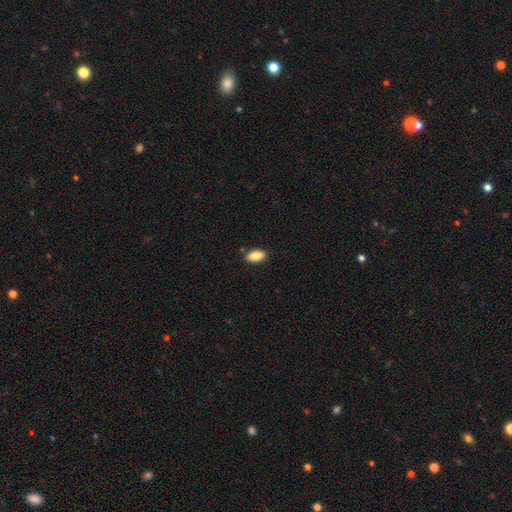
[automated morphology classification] The model was most divided on "merging": none: 86%, minor disturbance: 10%, merger: 2%, major disturbance: 2%. More confident: how rounded — in between (90%); smooth or featured — smooth (85%).